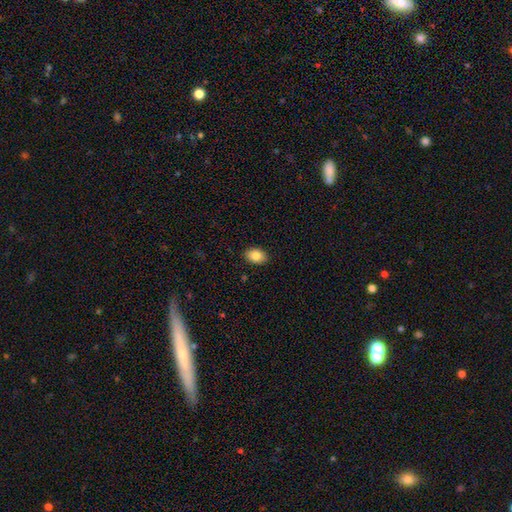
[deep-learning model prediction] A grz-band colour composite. It shows a smooth galaxy with no disk features (86%) that is in between round and cigar-shaped (84%). Merging: none (89%).